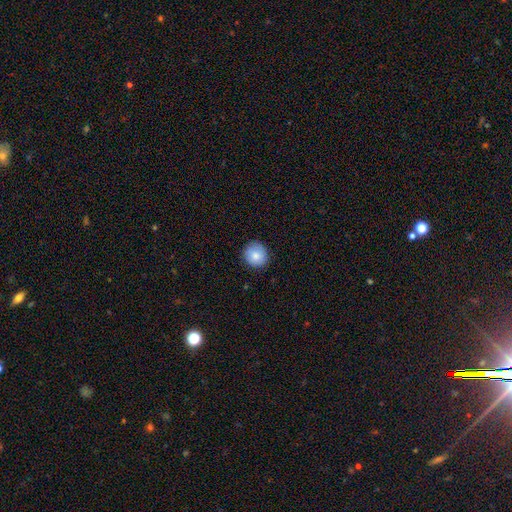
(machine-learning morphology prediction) Q: Smooth or featured?
A: smooth (83%); runner-up: featured or disk (10%)
Q: How rounded?
A: round (90%); runner-up: in between (9%)
Q: Merging?
A: none (87%); runner-up: minor disturbance (10%)